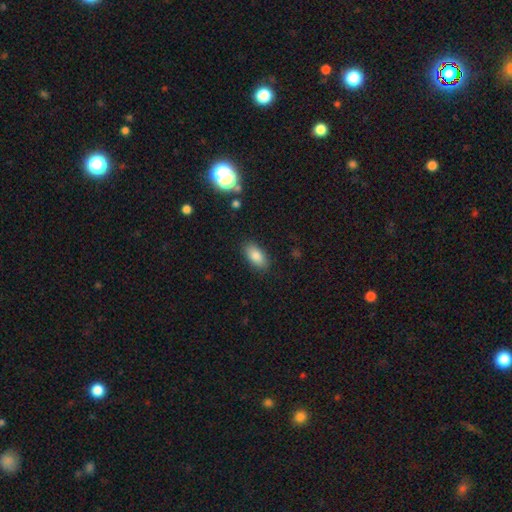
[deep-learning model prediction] Smooth or featured: smooth — 85% (star or artifact — 8%)
How rounded: in between — 91% (cigar-shaped — 5%)
Merging: none — 87% (minor disturbance — 10%)